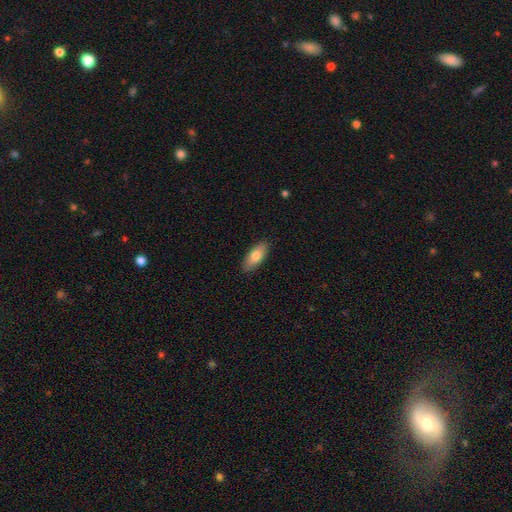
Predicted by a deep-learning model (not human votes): Smooth or featured: smooth — 79% (featured or disk — 15%)
How rounded: in between — 82% (cigar-shaped — 15%)
Merging: none — 88% (minor disturbance — 9%)